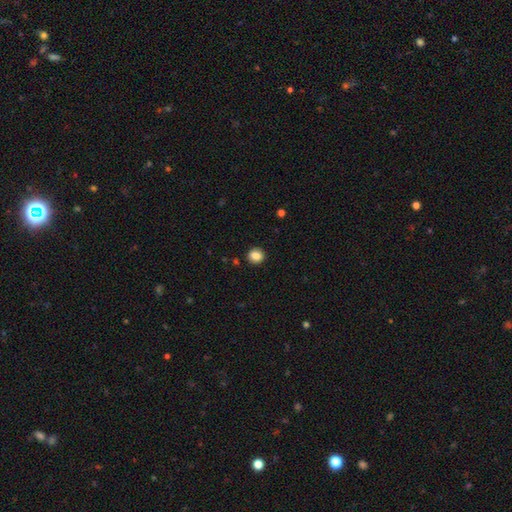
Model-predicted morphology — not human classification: Q: Smooth or featured?
A: smooth (85%); runner-up: star or artifact (10%)
Q: How rounded?
A: round (82%); runner-up: in between (17%)
Q: Merging?
A: none (91%); runner-up: minor disturbance (6%)